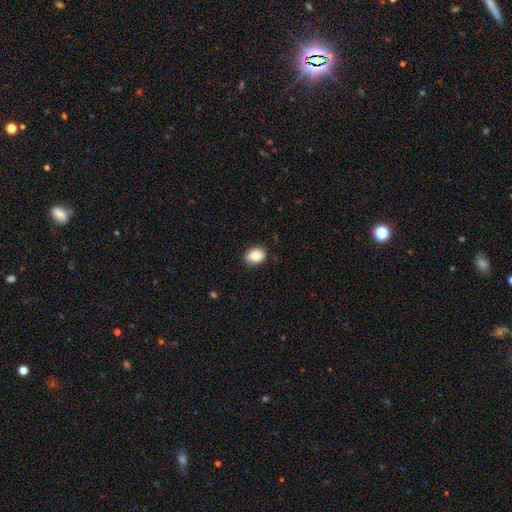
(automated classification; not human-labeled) This appears to be a smooth galaxy with no disk features (88%) that is in between round and cigar-shaped (70%). Merging: none (79%).